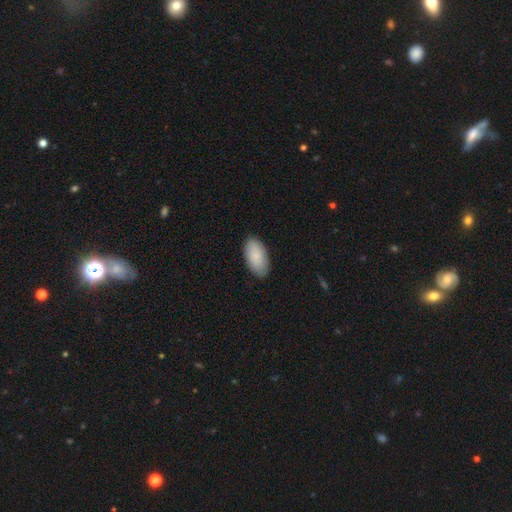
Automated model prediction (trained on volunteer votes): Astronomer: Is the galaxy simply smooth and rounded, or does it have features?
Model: smooth — 86%.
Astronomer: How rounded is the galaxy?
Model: in between — 95%.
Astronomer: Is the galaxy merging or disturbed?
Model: none — 86%.